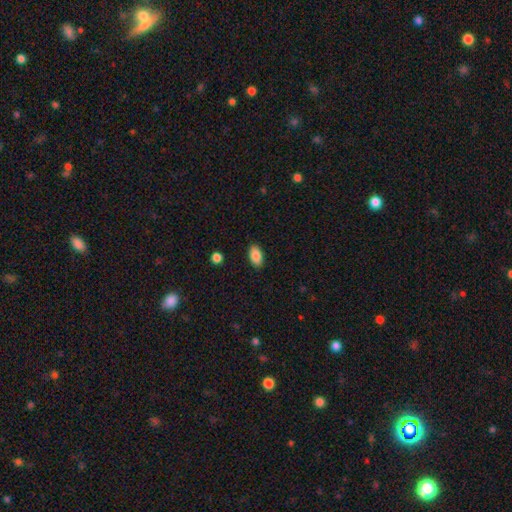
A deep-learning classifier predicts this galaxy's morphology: Smooth or featured: smooth — 87% (star or artifact — 8%)
How rounded: in between — 93% (round — 5%)
Merging: none — 88% (minor disturbance — 8%)